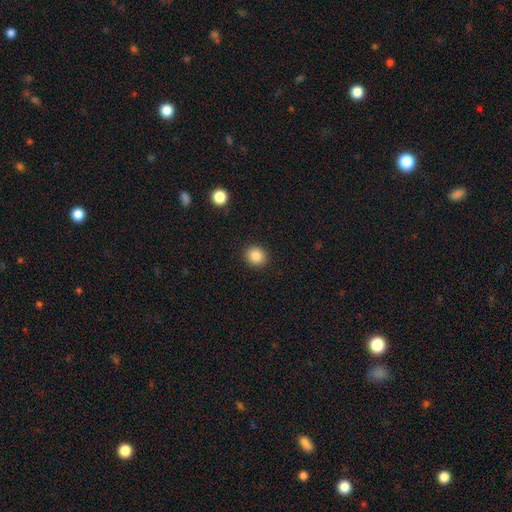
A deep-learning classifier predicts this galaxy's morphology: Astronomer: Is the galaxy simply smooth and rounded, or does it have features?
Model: smooth — 87%.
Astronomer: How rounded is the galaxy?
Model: round — 78%.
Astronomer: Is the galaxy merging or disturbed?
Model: none — 91%.